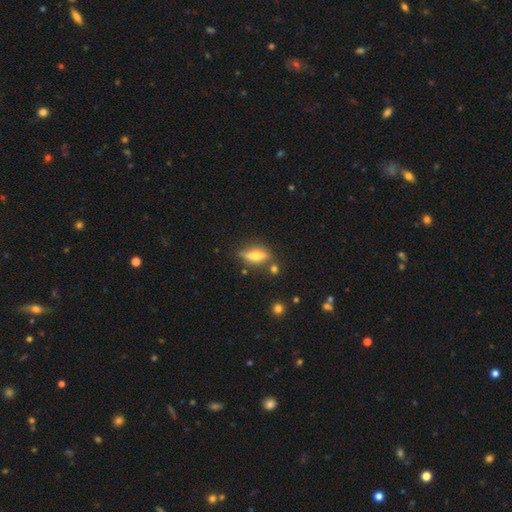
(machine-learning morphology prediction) type=featured or disk (53%); edge-on=yes (87%); merging=none (77%).